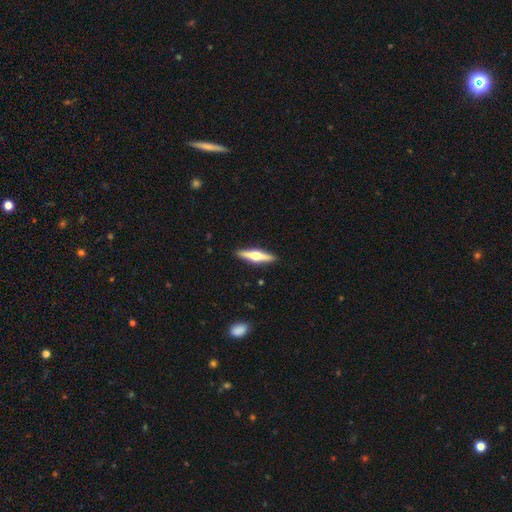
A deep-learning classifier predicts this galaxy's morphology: A featured or disk galaxy (68%) viewed edge-on (97%) with a rounded central bulge (96%). Merging: none (91%).